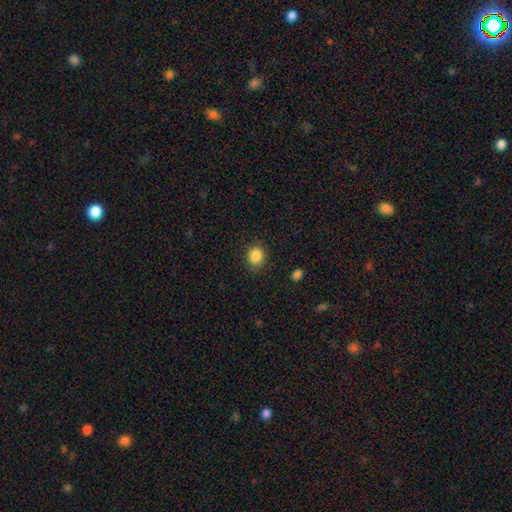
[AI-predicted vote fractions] smooth_or_featured: smooth (p=0.86) [alt: star or artifact p=0.10]
how_rounded: round (p=0.71) [alt: in between p=0.28]
merging: none (p=0.85) [alt: minor disturbance p=0.11]